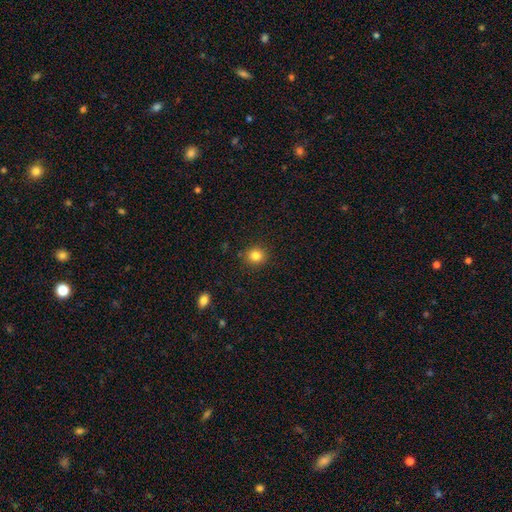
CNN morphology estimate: Overall: smooth (83%). How rounded: round (85%). Merging: none (89%).